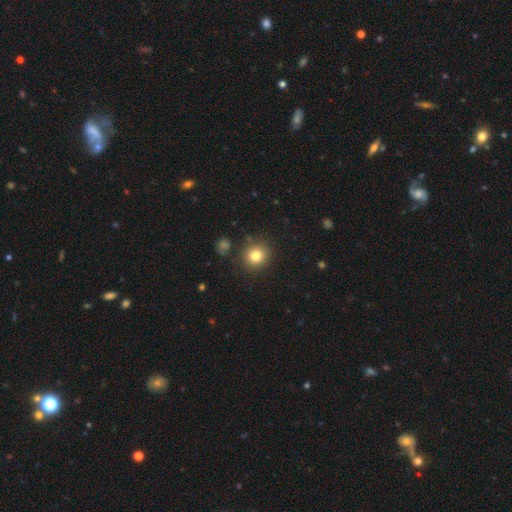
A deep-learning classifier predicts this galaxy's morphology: The model was most divided on "smooth or featured": smooth: 81%, star or artifact: 12%, featured or disk: 7%. More confident: how rounded — round (88%); merging — none (86%).